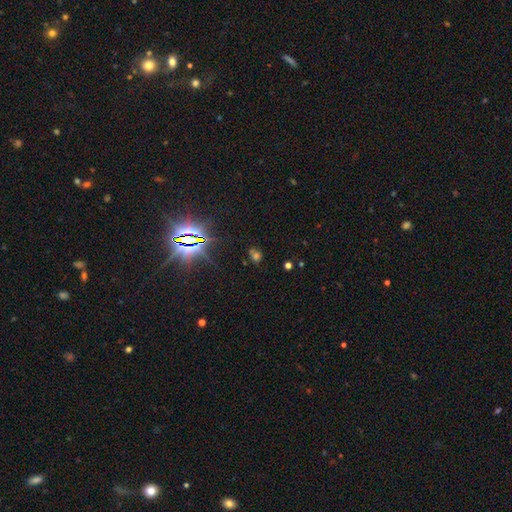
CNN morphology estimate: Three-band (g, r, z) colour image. It shows a star or artifact, not a galaxy (58%).